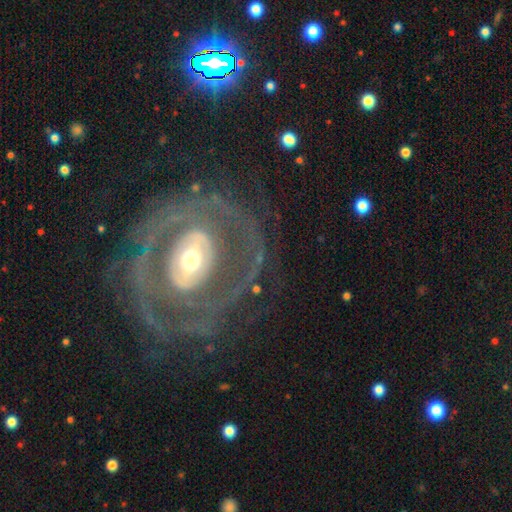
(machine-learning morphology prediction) Smooth or featured? featured or disk (82%)
Edge-on disk? no (95%)
Bar? no (42%)
Spiral arms? yes (70%)
Spiral winding? tight (56%)
Spiral arm count? 2 (36%)
Bulge size? moderate (61%)
Merging? none (70%)